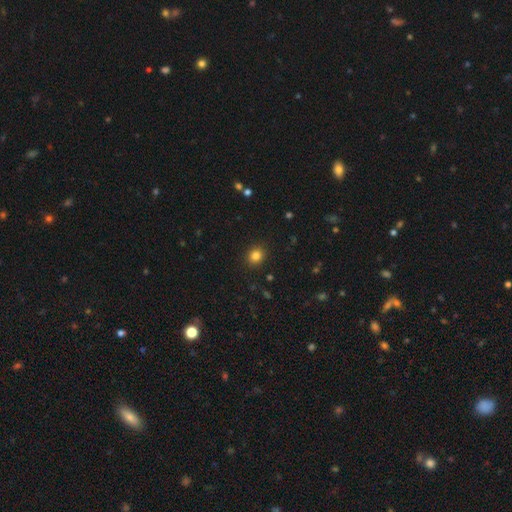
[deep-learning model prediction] smooth-or-featured: smooth: 83% | star or artifact: 12% | featured or disk: 5%
  how-rounded: round: 78% | in between: 21% | cigar-shaped: 1%
  merging: none: 91% | minor disturbance: 6% | major disturbance: 2% | merger: 1%